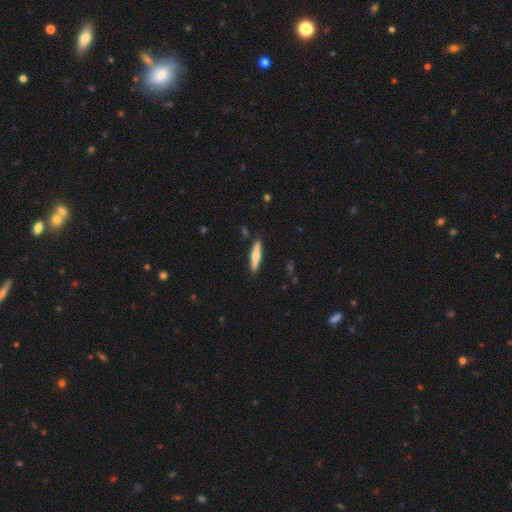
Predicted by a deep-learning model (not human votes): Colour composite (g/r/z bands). It shows a smooth galaxy with no disk features (56%) that is cigar-shaped (83%). Merging: none (88%).